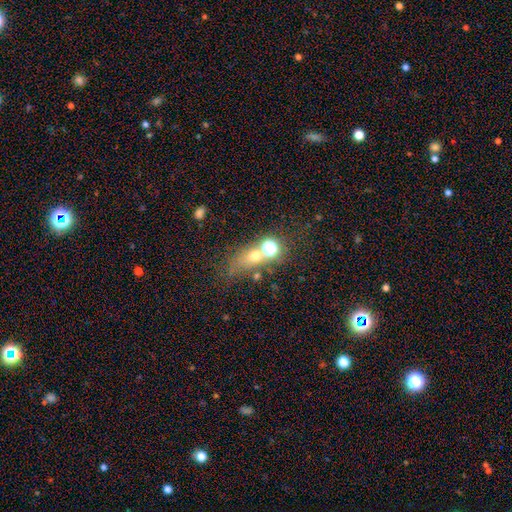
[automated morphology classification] Q: Smooth or featured?
A: smooth (53%); runner-up: star or artifact (26%)
Q: How rounded?
A: round (47%); runner-up: in between (44%)
Q: Merging?
A: none (42%); runner-up: merger (34%)